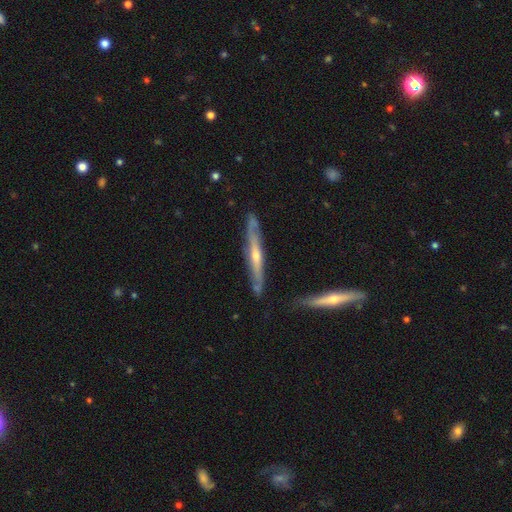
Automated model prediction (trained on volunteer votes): Smooth or featured: featured or disk — 71% (smooth — 24%)
Edge-on disk: yes — 91% (no — 9%)
Edge-on bulge: rounded — 73% (none — 23%)
Merging: none — 80% (minor disturbance — 14%)